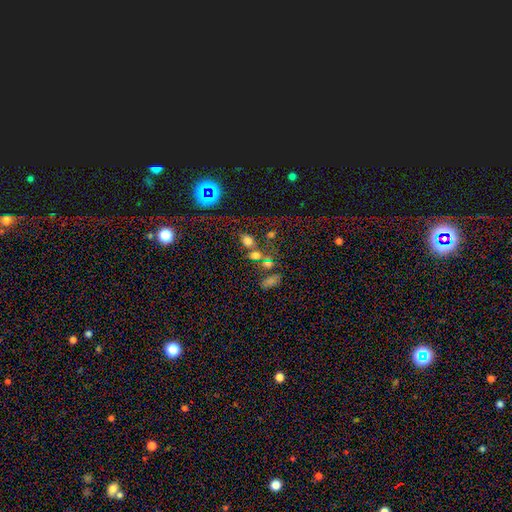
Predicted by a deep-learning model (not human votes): smooth 62%, star or artifact 26%, featured or disk 12%. Down the decision tree: how rounded — in between (56%); merging — none (48%).